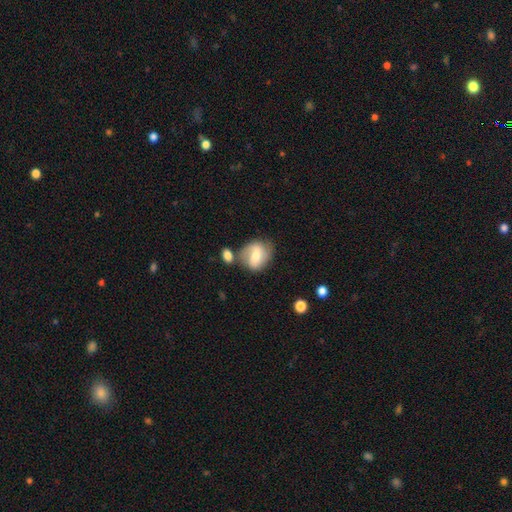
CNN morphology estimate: A smooth galaxy with no disk features (58%) that is round (55%).

Vote fractions:
- Smooth or featured? smooth: 58% / featured or disk: 35% / star or artifact: 7%
- How rounded? round: 55% / in between: 43% / cigar-shaped: 2%
- Merging? none: 52% / minor disturbance: 20% / merger: 20% / major disturbance: 7%